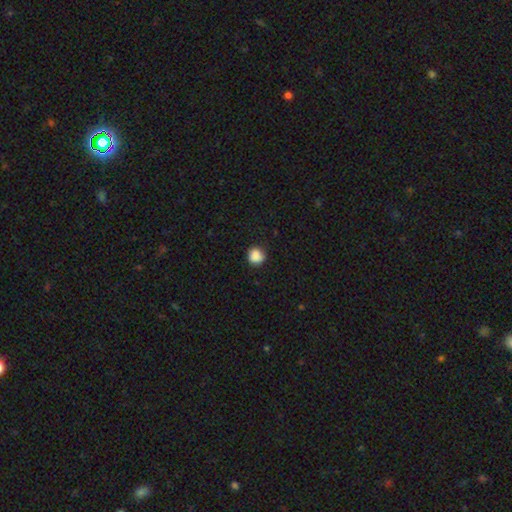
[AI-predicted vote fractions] A smooth galaxy with no disk features (87%) that is round (89%).

Vote fractions:
- Smooth or featured? smooth: 87% / star or artifact: 9% / featured or disk: 3%
- How rounded? round: 89% / in between: 10% / cigar-shaped: 1%
- Merging? none: 84% / minor disturbance: 12% / major disturbance: 3% / merger: 1%